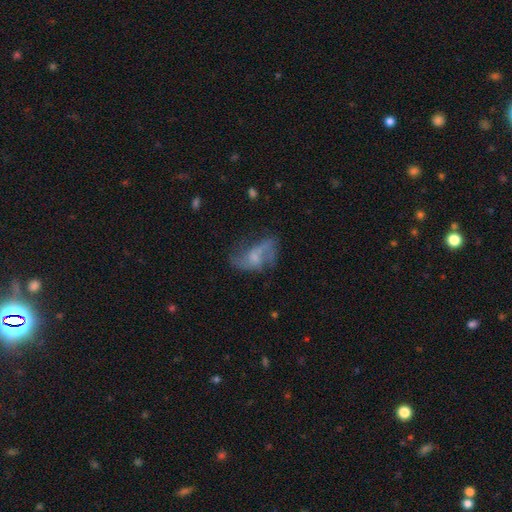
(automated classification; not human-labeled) Smooth or featured? Predicted: featured or disk (p=0.64). Edge-on disk? Predicted: no (p=0.96). Bar? Predicted: no (p=0.60). Spiral arms? Predicted: yes (p=0.74). Bulge size? Predicted: small (p=0.42). Merging? Predicted: none (p=0.41).